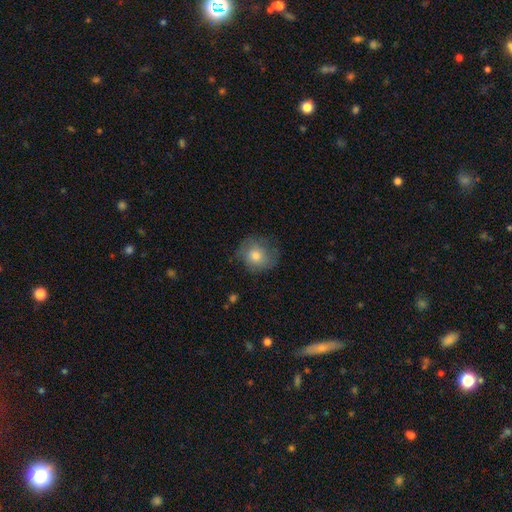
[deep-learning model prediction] This is likely a smooth galaxy (73%). How rounded: clearly round (83%). Merging: likely none (68%).